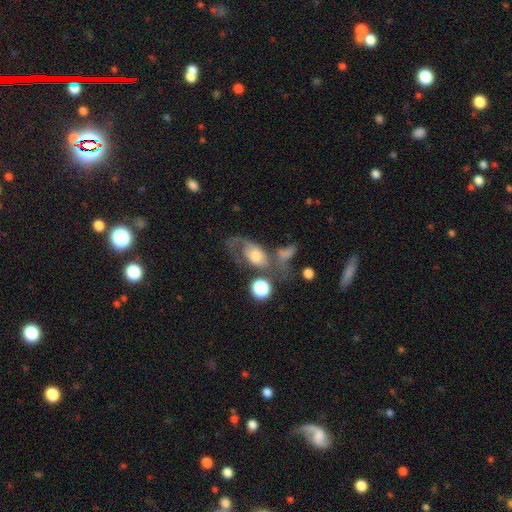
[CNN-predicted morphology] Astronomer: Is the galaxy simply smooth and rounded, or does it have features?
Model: featured or disk — 47% (runner-up: smooth, 43%).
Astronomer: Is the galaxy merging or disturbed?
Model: major disturbance — 36% (runner-up: none, 26%).